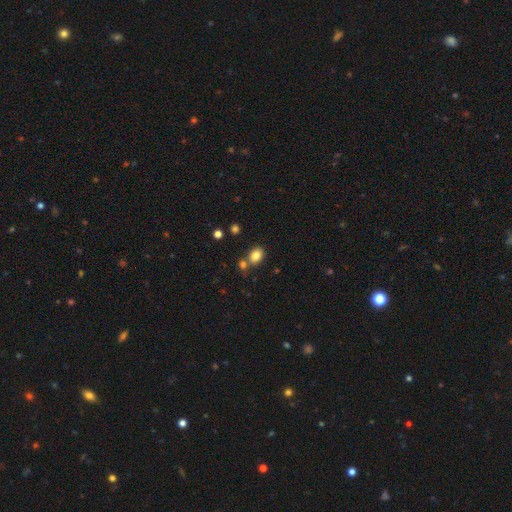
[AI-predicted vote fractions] A smooth galaxy with no disk features (83%) that is in between round and cigar-shaped (68%).

Vote fractions:
- Smooth or featured? smooth: 83% / star or artifact: 10% / featured or disk: 6%
- How rounded? in between: 68% / round: 31% / cigar-shaped: 1%
- Merging? none: 67% / merger: 19% / minor disturbance: 11% / major disturbance: 3%